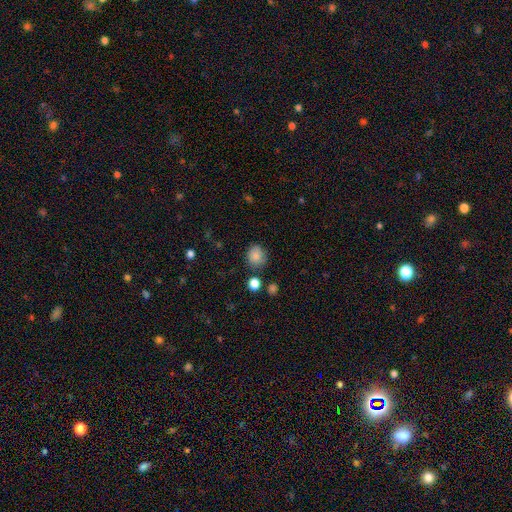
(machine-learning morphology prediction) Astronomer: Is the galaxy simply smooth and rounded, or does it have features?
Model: smooth — 85%.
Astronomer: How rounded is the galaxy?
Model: round — 78%.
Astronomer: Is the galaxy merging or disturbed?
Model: none — 80%.